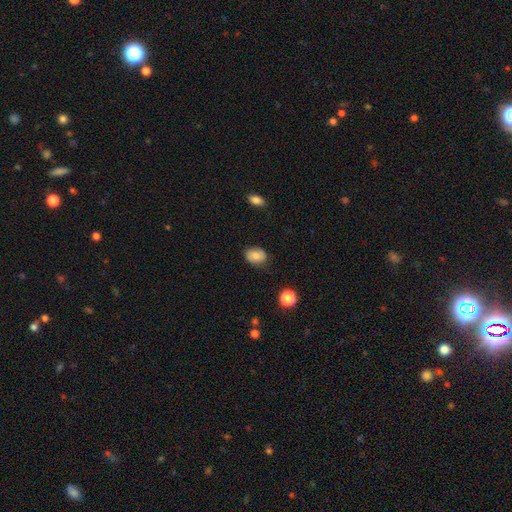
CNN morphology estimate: smooth 69%, featured or disk 22%, star or artifact 9%. Down the decision tree: how rounded — in between (69%); merging — none (75%).